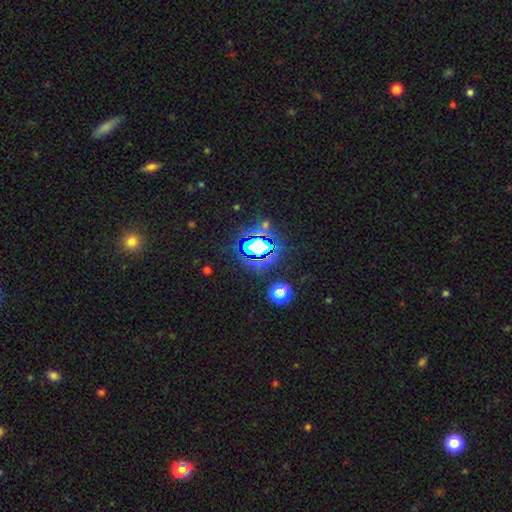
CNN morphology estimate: Smooth or featured: star or artifact — 71% (smooth — 17%)